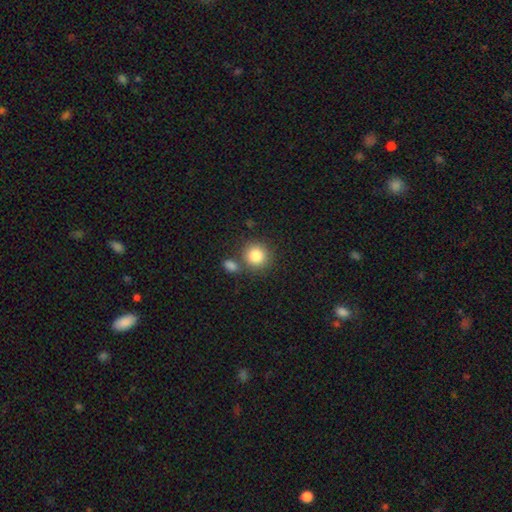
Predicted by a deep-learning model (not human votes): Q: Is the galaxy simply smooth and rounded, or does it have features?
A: smooth — 85%.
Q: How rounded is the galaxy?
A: round — 88%.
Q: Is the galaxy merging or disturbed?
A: none — 69%.